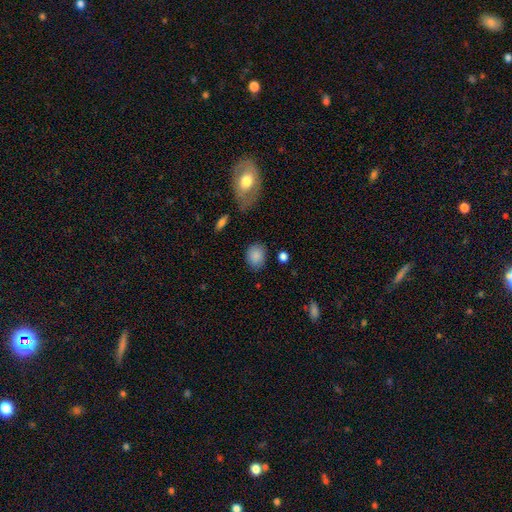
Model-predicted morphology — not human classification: This is clearly a smooth galaxy (87%). How rounded: possibly round (52%). Merging: likely none (80%).